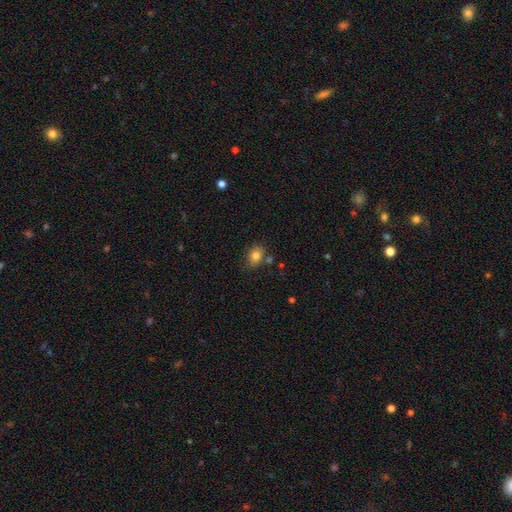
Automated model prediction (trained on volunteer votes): Smooth or featured? smooth (82%)
How rounded? in between (71%)
Merging? none (76%)